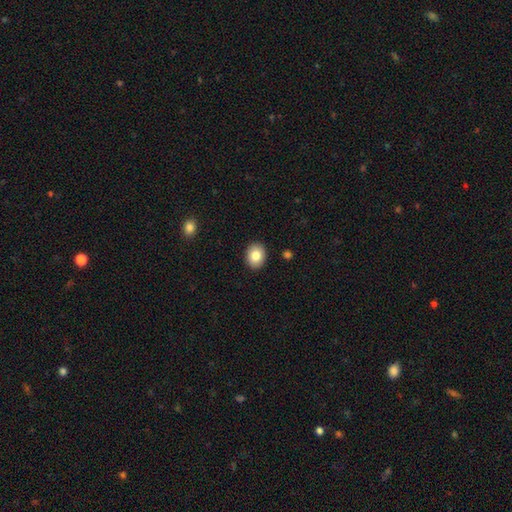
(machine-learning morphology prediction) Smooth or featured? smooth (85%)
How rounded? in between (55%)
Merging? none (91%)